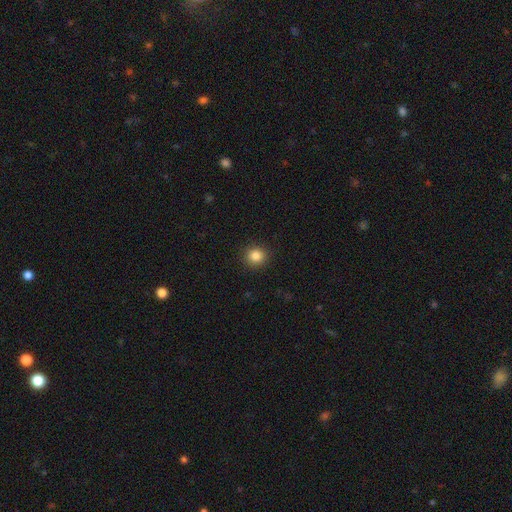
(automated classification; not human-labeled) Overall: smooth (85%). How rounded: round (89%). Merging: none (91%).